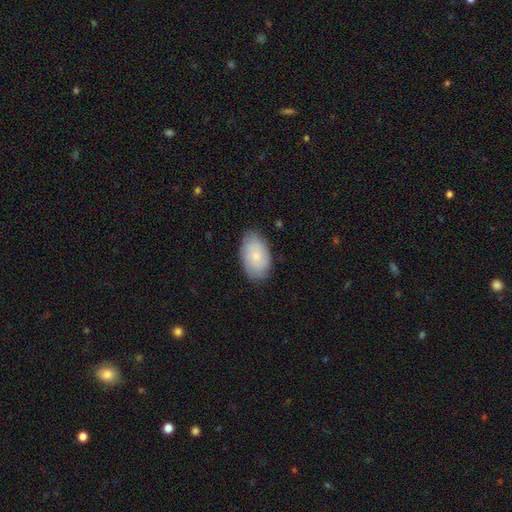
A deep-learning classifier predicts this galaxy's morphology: Smooth or featured? Predicted: smooth (p=0.65). How rounded? Predicted: in between (p=0.93). Merging? Predicted: none (p=0.82).